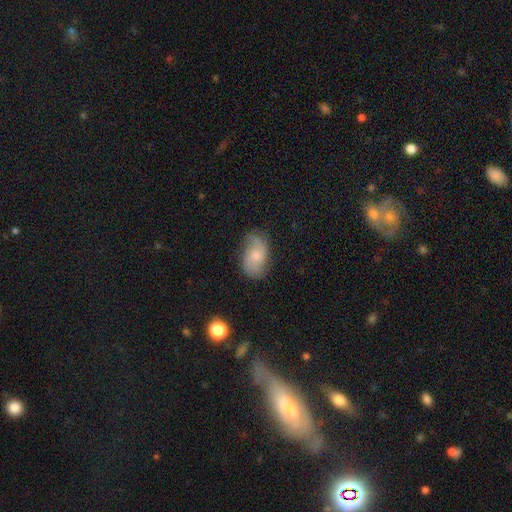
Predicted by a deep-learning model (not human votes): Q: Smooth or featured?
A: featured or disk (52%); runner-up: smooth (40%)
Q: Edge-on disk?
A: no (95%); runner-up: yes (5%)
Q: Merging?
A: none (69%); runner-up: minor disturbance (23%)